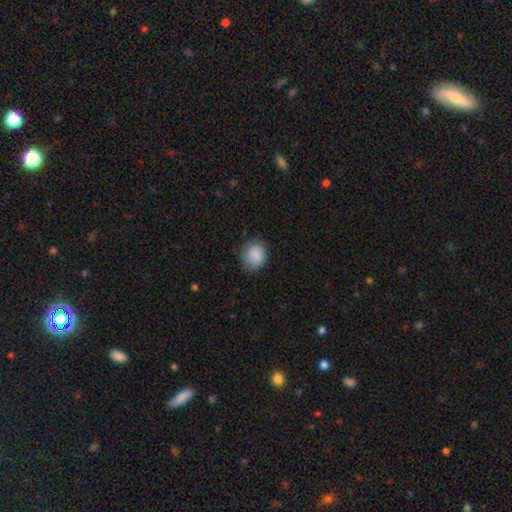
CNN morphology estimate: A smooth galaxy with no disk features (86%) that is round (71%). Merging: none (74%).